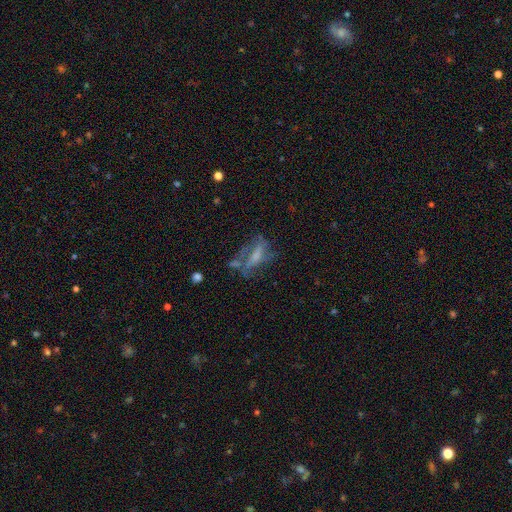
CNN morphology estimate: Q: Smooth or featured?
A: featured or disk (50%); runner-up: smooth (36%)
Q: Edge-on disk?
A: no (78%); runner-up: yes (22%)
Q: Merging?
A: none (37%); runner-up: major disturbance (30%)